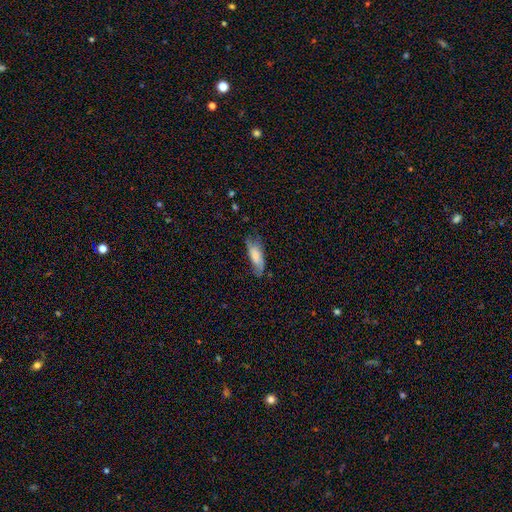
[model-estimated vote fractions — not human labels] Overall: smooth (69%). How rounded: in between (67%; cigar-shaped 31%). Merging: none (58%; minor disturbance 29%).